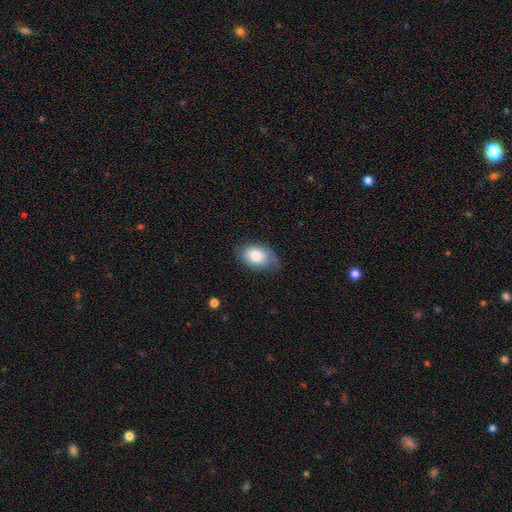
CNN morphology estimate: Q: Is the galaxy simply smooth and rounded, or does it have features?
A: smooth — 77%.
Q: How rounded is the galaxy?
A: in between — 89%.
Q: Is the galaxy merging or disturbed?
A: none — 61%.